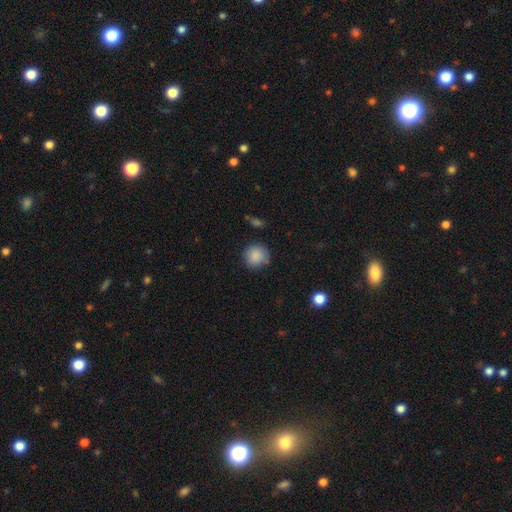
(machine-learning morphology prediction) Smooth or featured? smooth (87%)
How rounded? round (92%)
Merging? none (78%)